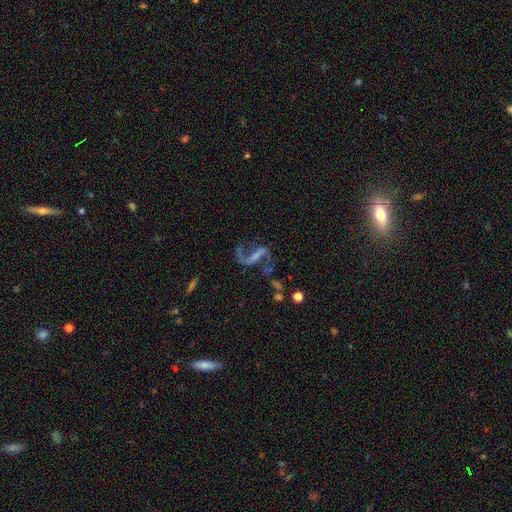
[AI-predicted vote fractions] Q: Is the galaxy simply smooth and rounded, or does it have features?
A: featured or disk — 82%.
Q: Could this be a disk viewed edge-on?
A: no — 95%.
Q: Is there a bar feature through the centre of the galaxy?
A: strong — 50%.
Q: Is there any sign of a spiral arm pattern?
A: yes — 91%.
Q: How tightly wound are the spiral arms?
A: loose — 79%.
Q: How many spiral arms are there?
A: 2 — 86%.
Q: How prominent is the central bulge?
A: none — 47%.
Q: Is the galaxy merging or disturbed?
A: none — 59%.